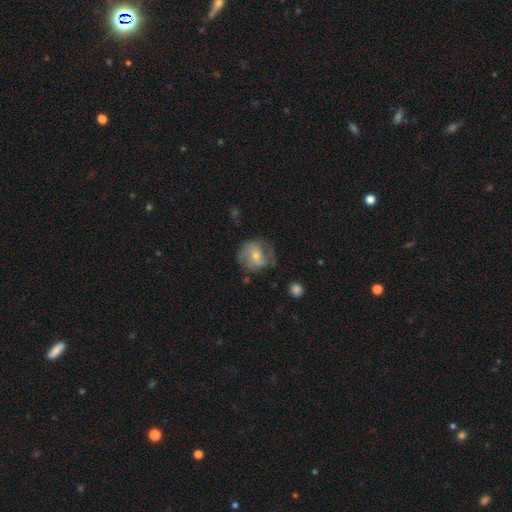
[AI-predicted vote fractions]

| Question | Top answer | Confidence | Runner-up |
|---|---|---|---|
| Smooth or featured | featured or disk | 61% | smooth (30%) |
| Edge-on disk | no | 97% | yes (3%) |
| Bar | no | 56% | weak (34%) |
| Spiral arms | yes | 81% | no (19%) |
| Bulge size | small | 51% | moderate (45%) |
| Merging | none | 65% | minor disturbance (22%) |